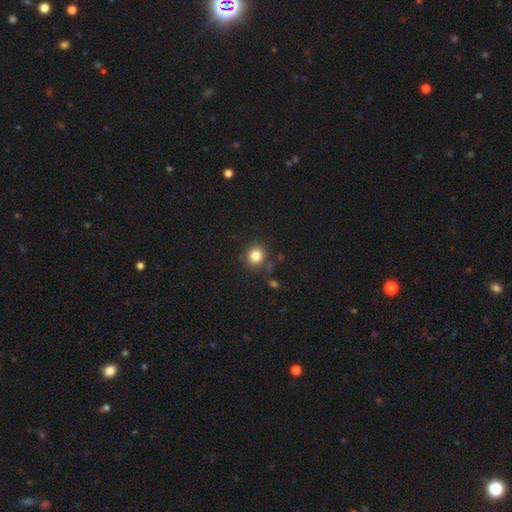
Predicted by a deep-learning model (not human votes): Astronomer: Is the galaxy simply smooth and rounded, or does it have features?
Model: smooth — 83%.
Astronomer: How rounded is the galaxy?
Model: round — 81%.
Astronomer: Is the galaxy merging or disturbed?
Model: none — 84%.